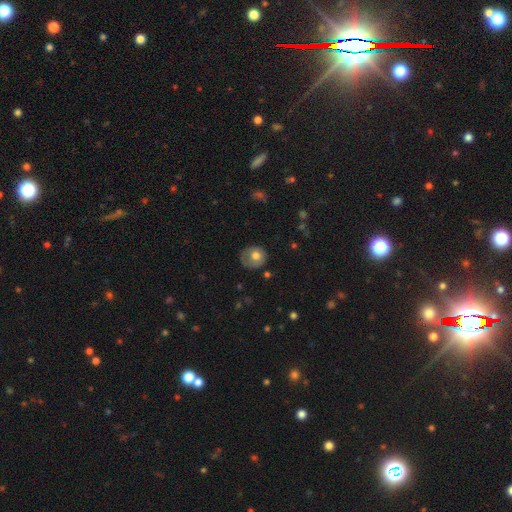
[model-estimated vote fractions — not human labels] The model was most divided on "smooth or featured": smooth: 66%, featured or disk: 26%, star or artifact: 8%. More confident: how rounded — round (82%); merging — none (67%).